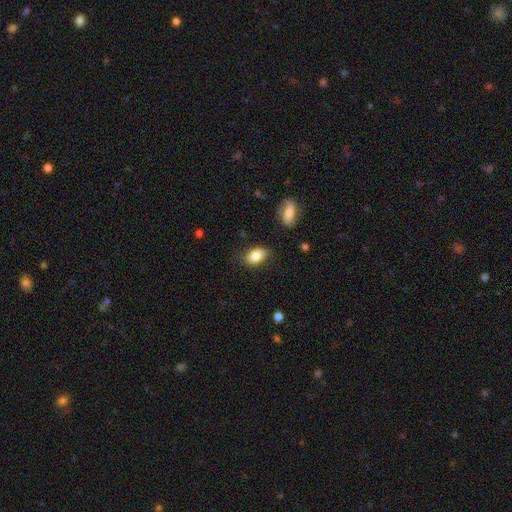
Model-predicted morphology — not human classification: Smooth or featured: smooth — 83% (featured or disk — 9%)
How rounded: in between — 89% (round — 9%)
Merging: none — 81% (minor disturbance — 14%)